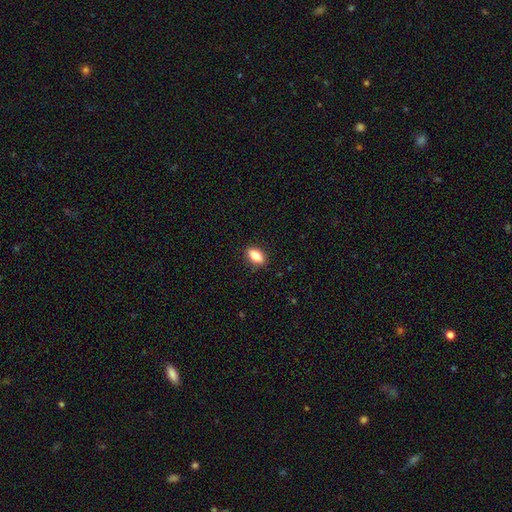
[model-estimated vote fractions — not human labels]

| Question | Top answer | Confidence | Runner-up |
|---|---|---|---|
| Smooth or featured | smooth | 83% | featured or disk (9%) |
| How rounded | in between | 86% | cigar-shaped (7%) |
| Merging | none | 88% | minor disturbance (9%) |